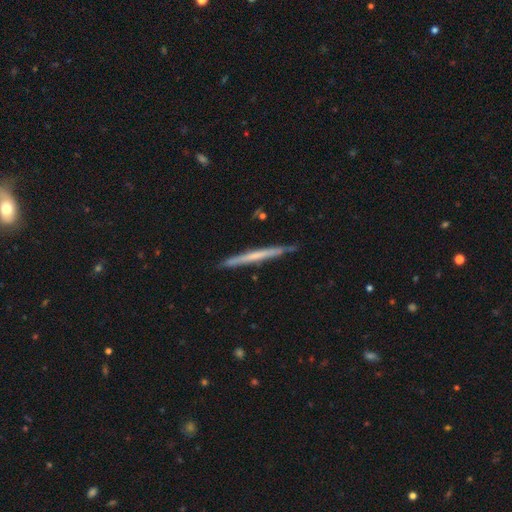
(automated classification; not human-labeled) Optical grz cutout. It shows a featured or disk galaxy (52%) viewed edge-on (97%) with no central bulge (84%). Merging: none (88%).